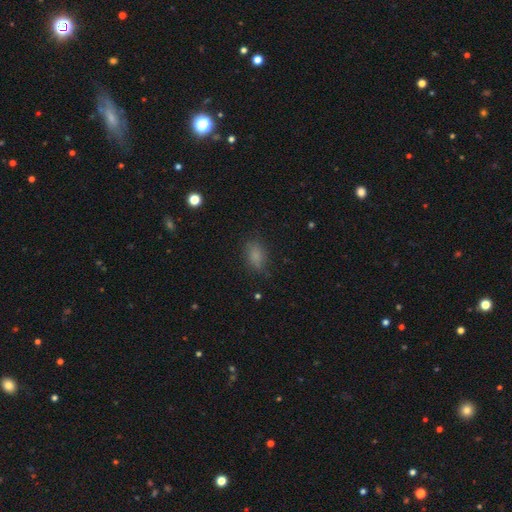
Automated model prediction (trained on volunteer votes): A smooth galaxy with no disk features (79%) that is in between round and cigar-shaped (82%).

Vote fractions:
- Smooth or featured? smooth: 79% / star or artifact: 13% / featured or disk: 8%
- How rounded? in between: 82% / round: 13% / cigar-shaped: 4%
- Merging? none: 70% / minor disturbance: 21% / major disturbance: 7% / merger: 1%